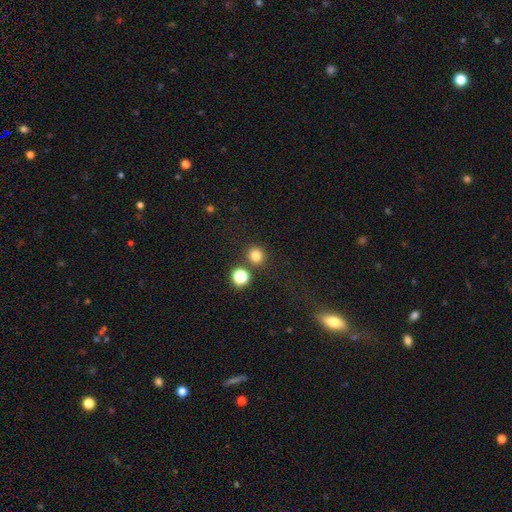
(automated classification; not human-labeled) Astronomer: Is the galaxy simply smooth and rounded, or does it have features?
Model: smooth — 80%.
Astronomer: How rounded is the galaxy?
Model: round — 91%.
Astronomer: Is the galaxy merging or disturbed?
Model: none — 84%.